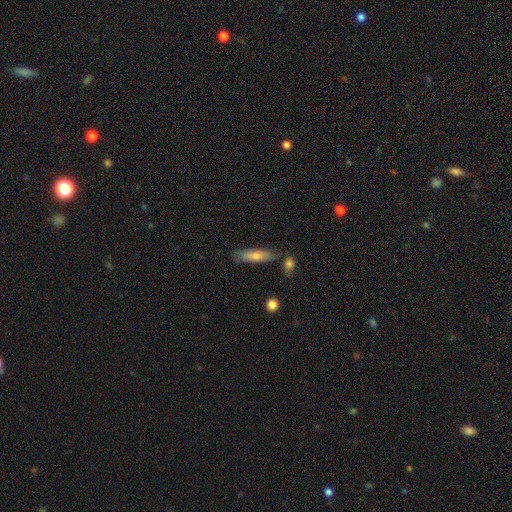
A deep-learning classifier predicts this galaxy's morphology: This is likely a smooth galaxy (71%). How rounded: likely cigar-shaped (66%). Merging: likely none (71%).